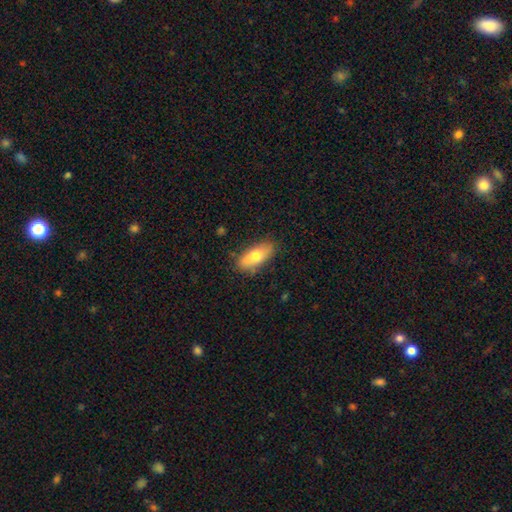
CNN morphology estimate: This appears to be a smooth galaxy with no disk features (69%) that is in between round and cigar-shaped (78%). Merging: none (81%).